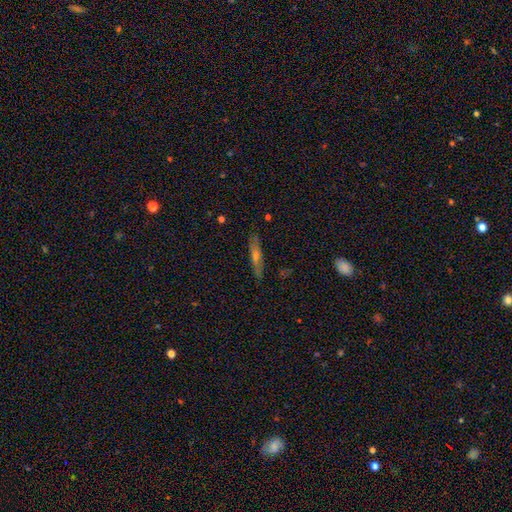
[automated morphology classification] Smooth or featured?
  - featured or disk: 50% *
  - smooth: 39%
  - star or artifact: 10%
Edge-on disk?
  - yes: 86% *
  - no: 14%
Merging?
  - none: 86% *
  - minor disturbance: 11%
  - major disturbance: 2%
  - merger: 2%